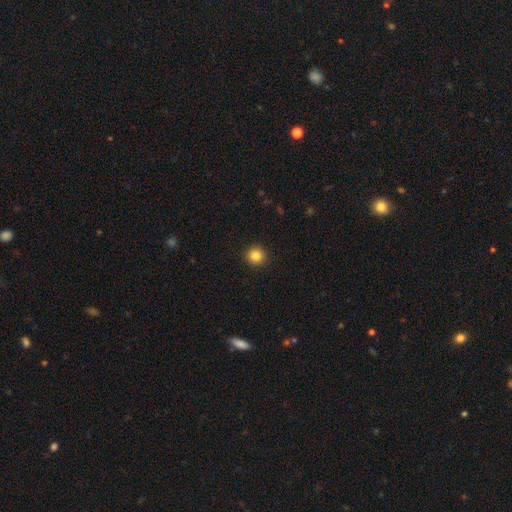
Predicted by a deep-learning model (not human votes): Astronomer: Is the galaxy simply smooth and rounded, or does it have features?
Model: smooth — 84%.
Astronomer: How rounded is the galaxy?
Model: round — 95%.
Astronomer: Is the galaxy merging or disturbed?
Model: none — 93%.